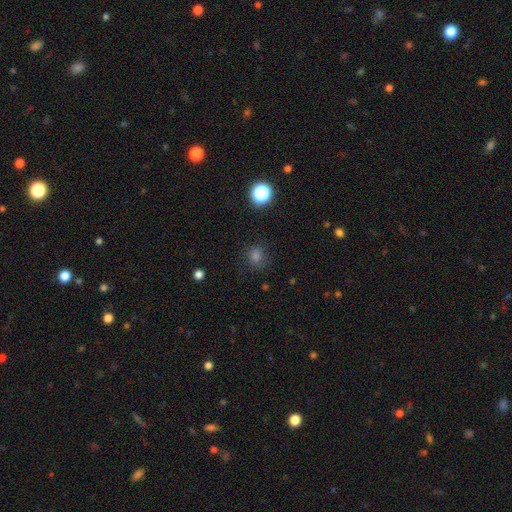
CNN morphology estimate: Smooth or featured: smooth — 68% (star or artifact — 25%)
How rounded: round — 80% (in between — 19%)
Merging: none — 79% (minor disturbance — 14%)